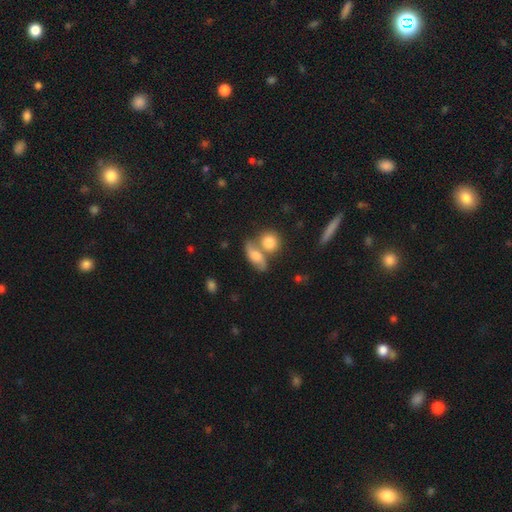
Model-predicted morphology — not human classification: Overall: smooth (51%; featured or disk 40%). How rounded: in between (68%). Merging: none (40%; merger 39%).